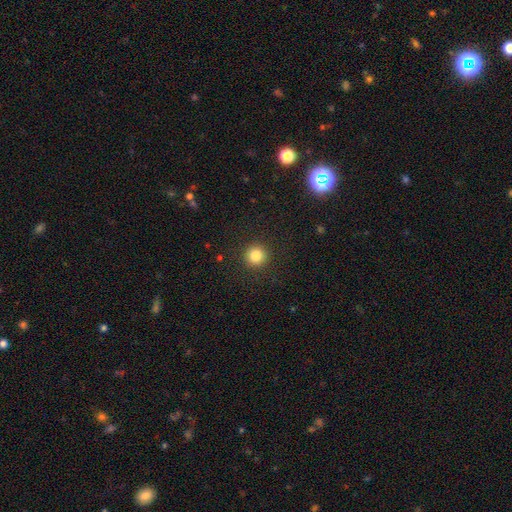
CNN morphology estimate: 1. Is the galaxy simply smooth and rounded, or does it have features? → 83% smooth, 11% star or artifact, 5% featured or disk.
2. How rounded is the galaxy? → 95% round, 4% in between, 1% cigar-shaped.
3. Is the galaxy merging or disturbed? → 92% none, 5% minor disturbance, 2% major disturbance, 1% merger.